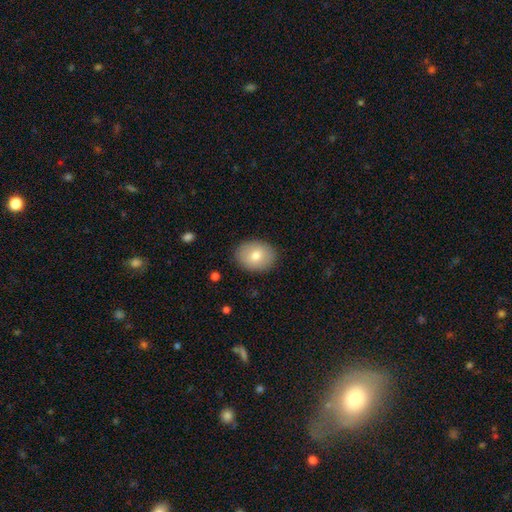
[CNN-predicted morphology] This appears to be a smooth galaxy with no disk features (76%) that is in between round and cigar-shaped (59%). Merging: none (88%).